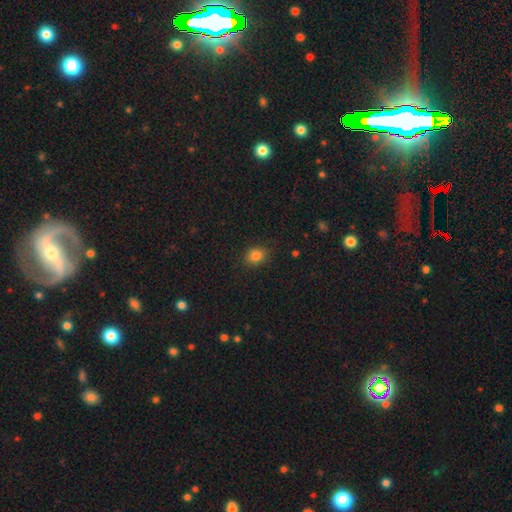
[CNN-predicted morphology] Smooth or featured? Predicted: smooth (p=0.83). How rounded? Predicted: round (p=0.53). Merging? Predicted: none (p=0.85).